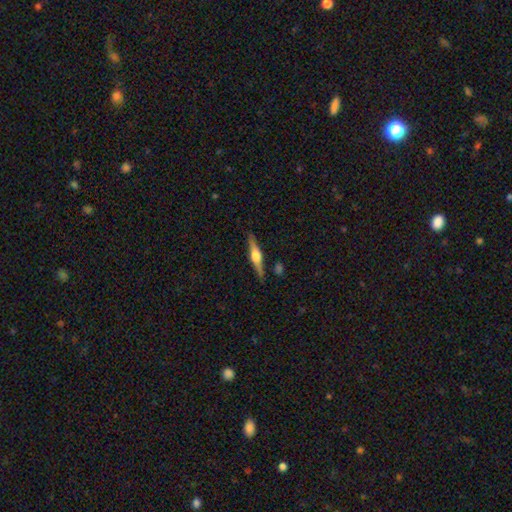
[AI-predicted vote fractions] Morphology: type=featured or disk (72%); edge-on=yes (97%); edge-on bulge=rounded (90%); merging=none (87%).